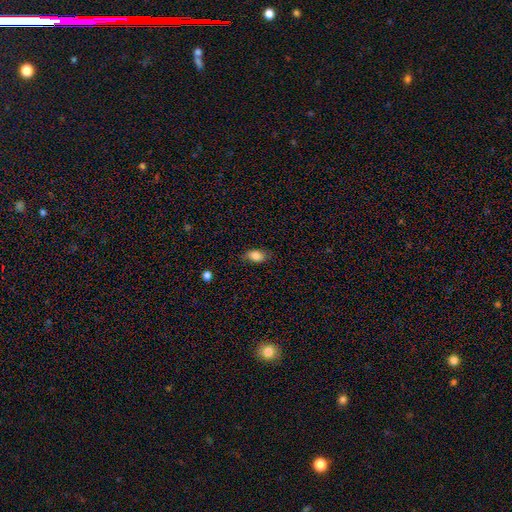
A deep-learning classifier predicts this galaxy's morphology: Smooth or featured: smooth — 85% (star or artifact — 8%)
How rounded: in between — 88% (round — 9%)
Merging: none — 75% (minor disturbance — 19%)